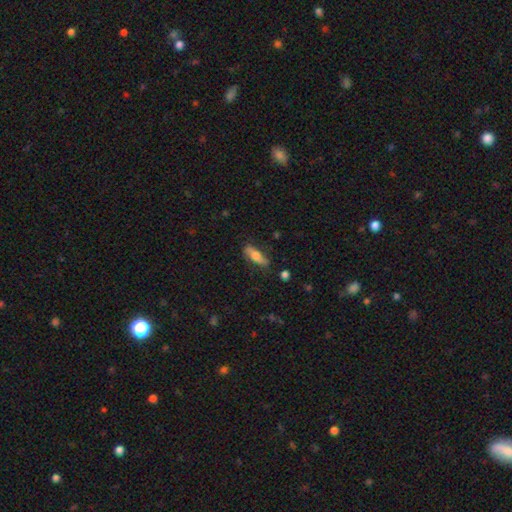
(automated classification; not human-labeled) Q: Smooth or featured?
A: smooth (60%); runner-up: featured or disk (33%)
Q: How rounded?
A: in between (52%); runner-up: cigar-shaped (45%)
Q: Merging?
A: none (74%); runner-up: minor disturbance (19%)